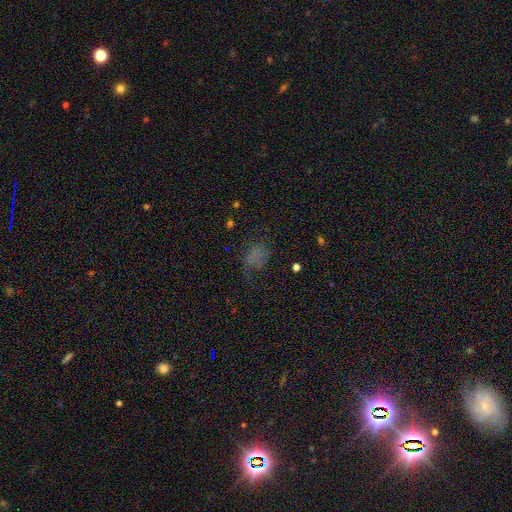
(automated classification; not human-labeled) The model was most divided on "merging": none: 47%, major disturbance: 26%, minor disturbance: 24%, merger: 3%. More confident: how rounded — in between (75%); smooth or featured — smooth (60%).